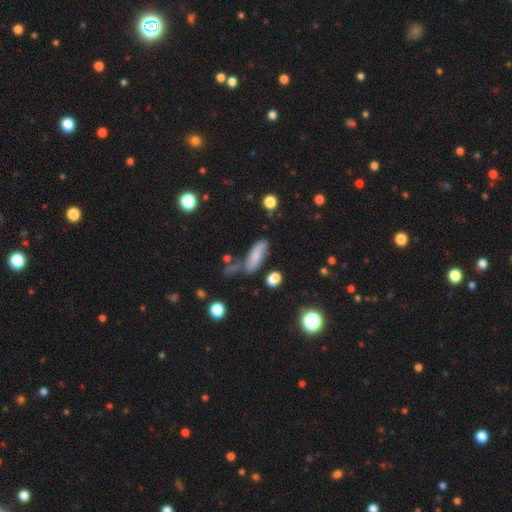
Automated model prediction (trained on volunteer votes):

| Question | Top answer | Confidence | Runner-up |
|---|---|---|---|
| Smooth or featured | smooth | 67% | featured or disk (24%) |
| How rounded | in between | 59% | cigar-shaped (37%) |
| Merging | none | 57% | minor disturbance (23%) |